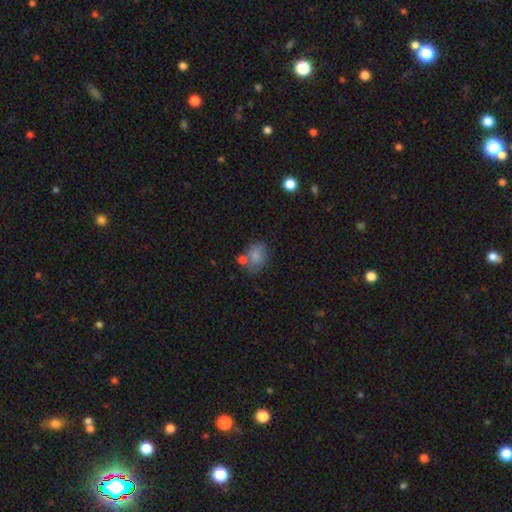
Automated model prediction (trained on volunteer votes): smooth-or-featured: smooth: 80% | featured or disk: 10% | star or artifact: 10%
  how-rounded: in between: 54% | round: 45% | cigar-shaped: 1%
  merging: none: 54% | merger: 20% | minor disturbance: 19% | major disturbance: 7%